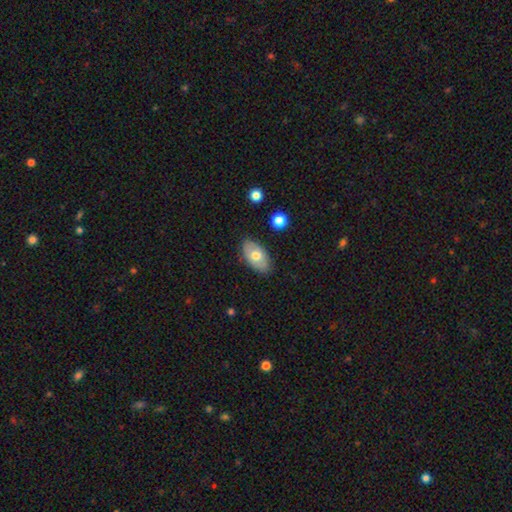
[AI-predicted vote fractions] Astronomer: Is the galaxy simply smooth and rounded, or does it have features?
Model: smooth — 63%.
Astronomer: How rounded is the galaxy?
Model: in between — 93%.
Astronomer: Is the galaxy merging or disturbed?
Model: none — 83%.